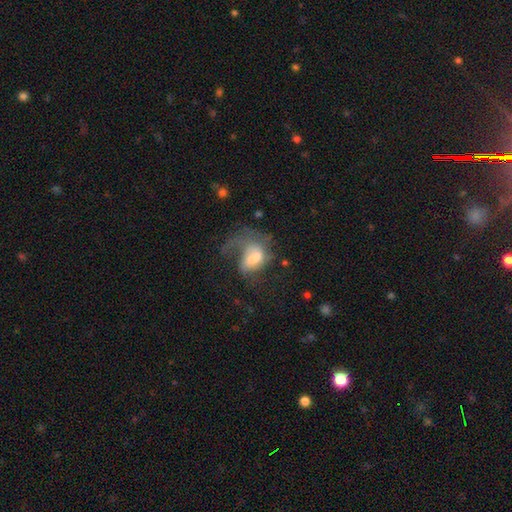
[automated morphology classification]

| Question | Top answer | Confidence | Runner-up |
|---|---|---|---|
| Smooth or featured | featured or disk | 54% | smooth (35%) |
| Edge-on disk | no | 96% | yes (4%) |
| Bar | no | 51% | weak (36%) |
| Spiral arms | yes | 62% | no (38%) |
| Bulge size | moderate | 43% | small (27%) |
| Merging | major disturbance | 51% | none (22%) |